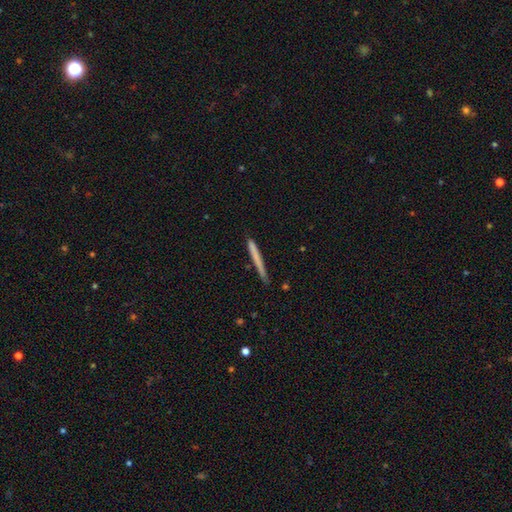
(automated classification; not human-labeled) Smooth or featured: smooth — 65% (featured or disk — 29%)
How rounded: cigar-shaped — 97% (in between — 2%)
Merging: none — 85% (minor disturbance — 11%)